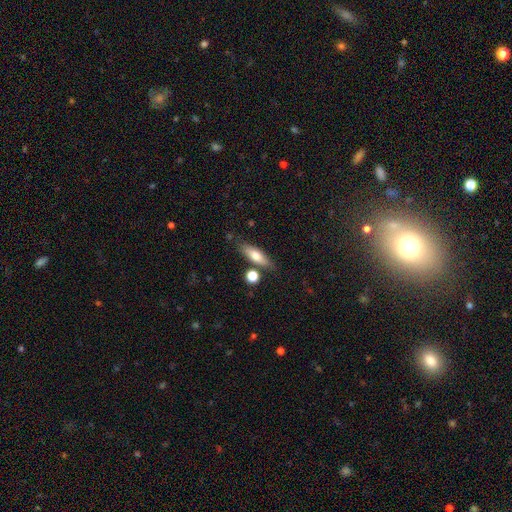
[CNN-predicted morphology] smooth 68%, featured or disk 25%, star or artifact 7%. Down the decision tree: how rounded — cigar-shaped (53%); merging — none (77%).